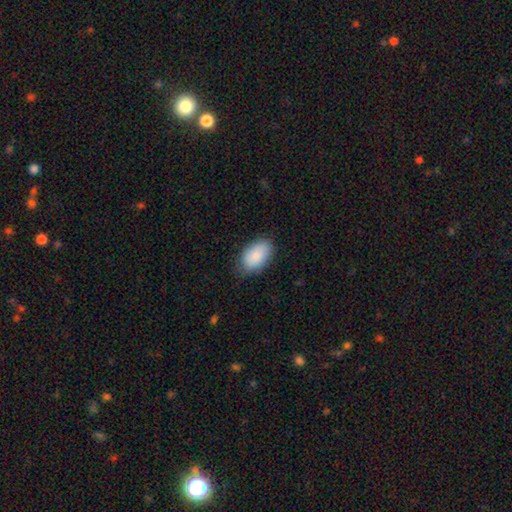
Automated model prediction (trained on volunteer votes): Q: Smooth or featured?
A: smooth (87%); runner-up: featured or disk (7%)
Q: How rounded?
A: in between (93%); runner-up: round (6%)
Q: Merging?
A: none (77%); runner-up: minor disturbance (19%)